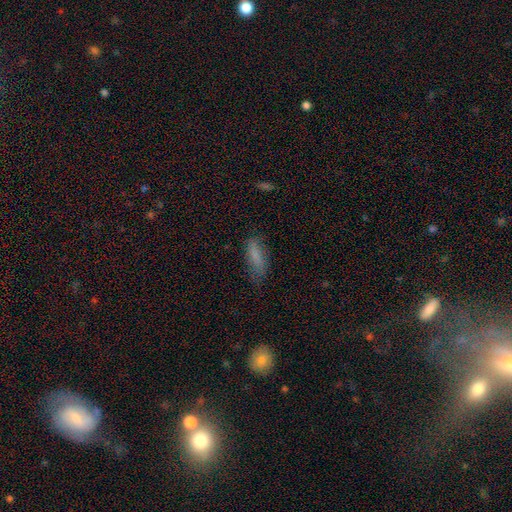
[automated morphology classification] smooth-or-featured: smooth: 79% | featured or disk: 12% | star or artifact: 9%
  how-rounded: in between: 62% | cigar-shaped: 35% | round: 2%
  merging: none: 64% | minor disturbance: 26% | major disturbance: 9% | merger: 2%